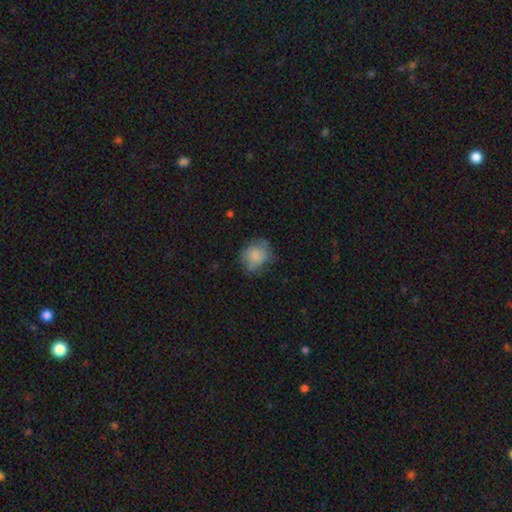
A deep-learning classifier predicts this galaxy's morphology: Smooth or featured?
  - smooth: 75% *
  - featured or disk: 16%
  - star or artifact: 9%
How rounded?
  - round: 68% *
  - in between: 31%
  - cigar-shaped: 1%
Merging?
  - none: 52% *
  - minor disturbance: 31%
  - major disturbance: 15%
  - merger: 2%